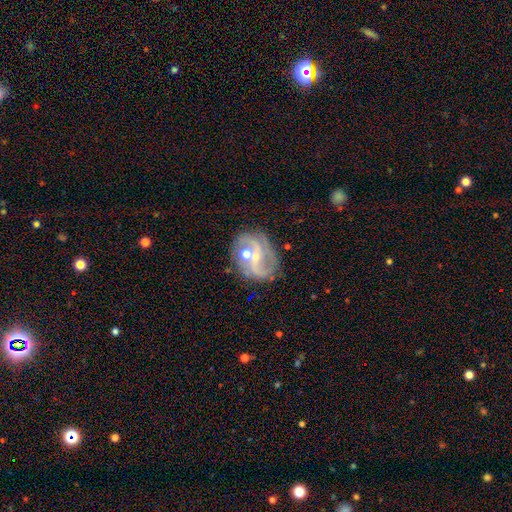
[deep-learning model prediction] smooth-or-featured: featured or disk: 82% | smooth: 9% | star or artifact: 8%
  disk-edge-on: no: 97% | yes: 3%
    bar: no: 41% | weak: 40% | strong: 18%
    has-spiral-arms: yes: 92% | no: 8%
      spiral-winding: medium: 44% | loose: 36% | tight: 20%
      spiral-arm-count: 2: 67% | 3: 11% | can't tell: 11% | 1: 5% | 4: 3% | more than 4: 3%
    bulge-size: small: 50% | moderate: 45% | none: 2% | large: 2% | dominant: 1%
  merging: none: 59% | minor disturbance: 18% | merger: 12% | major disturbance: 10%